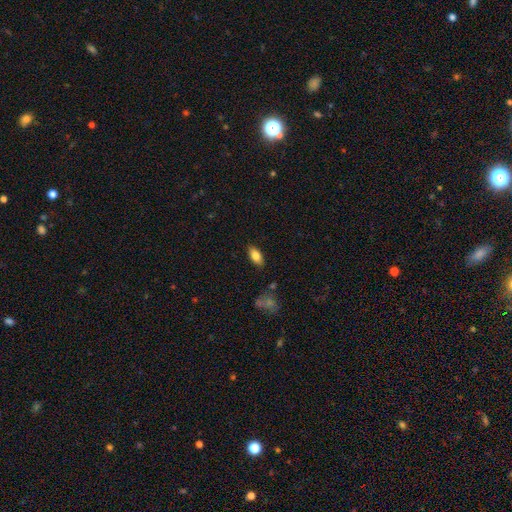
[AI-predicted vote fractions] A smooth galaxy with no disk features (80%) that is in between round and cigar-shaped (89%). Merging: none (87%).